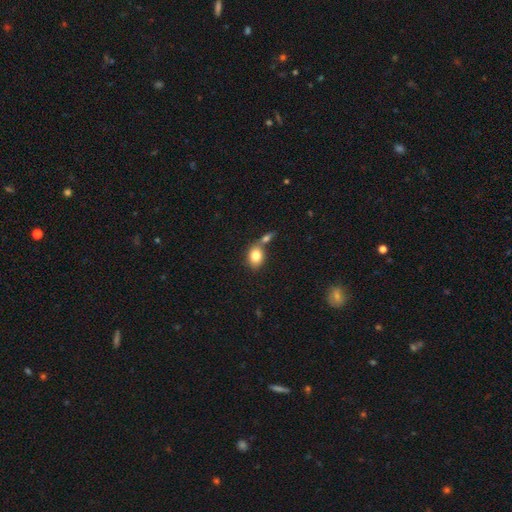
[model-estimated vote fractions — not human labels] Smooth or featured? Predicted: smooth (p=0.82). How rounded? Predicted: in between (p=0.58). Merging? Predicted: none (p=0.45).